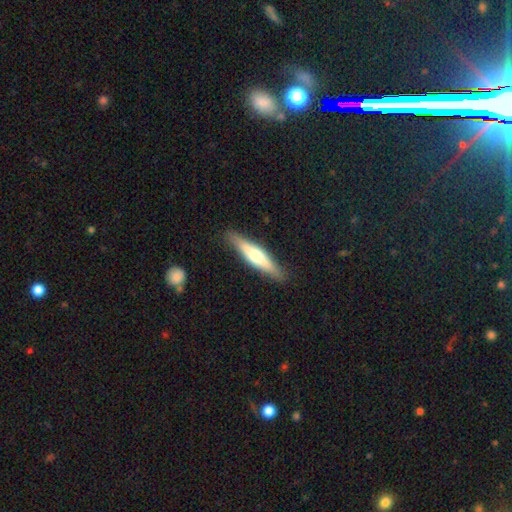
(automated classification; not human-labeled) A featured or disk galaxy (50%) viewed edge-on (91%). Merging: none (88%).